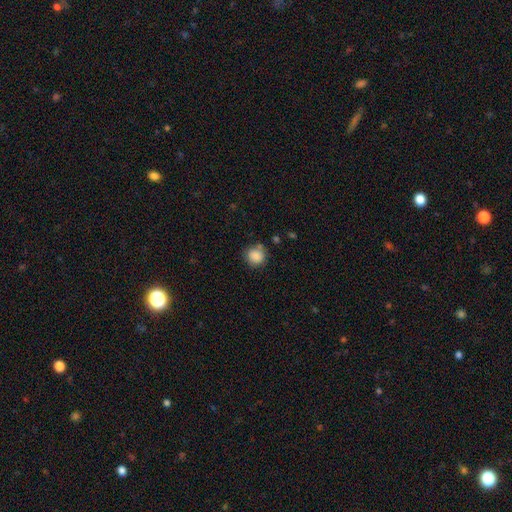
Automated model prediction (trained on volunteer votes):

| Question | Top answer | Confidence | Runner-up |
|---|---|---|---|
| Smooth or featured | smooth | 87% | star or artifact (9%) |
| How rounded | round | 86% | in between (13%) |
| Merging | none | 75% | minor disturbance (15%) |